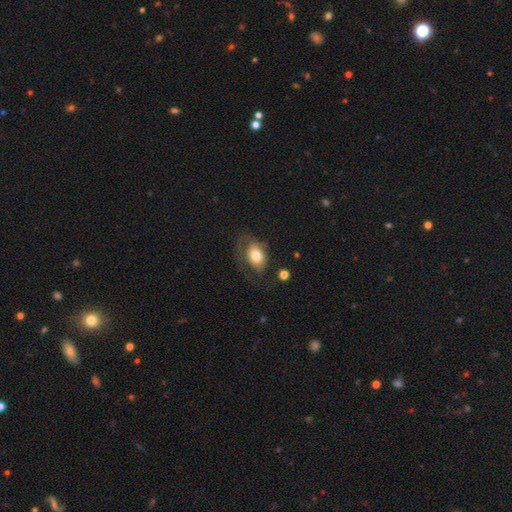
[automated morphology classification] smooth 65%, featured or disk 27%, star or artifact 8%. Down the decision tree: how rounded — in between (70%); merging — none (40%).